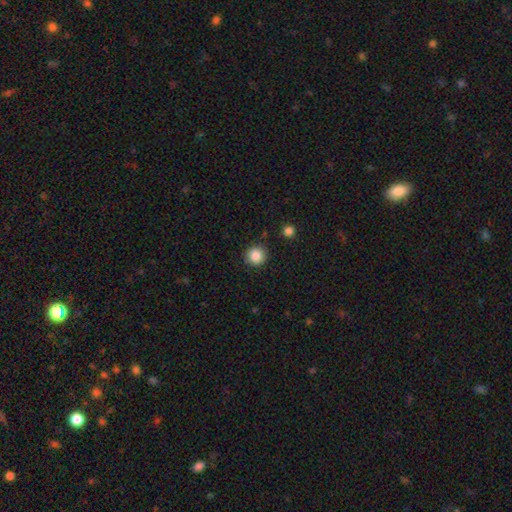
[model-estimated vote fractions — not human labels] smooth-or-featured: smooth: 86% | star or artifact: 10% | featured or disk: 4%
  how-rounded: round: 93% | in between: 6% | cigar-shaped: 1%
  merging: none: 87% | minor disturbance: 9% | major disturbance: 2% | merger: 2%